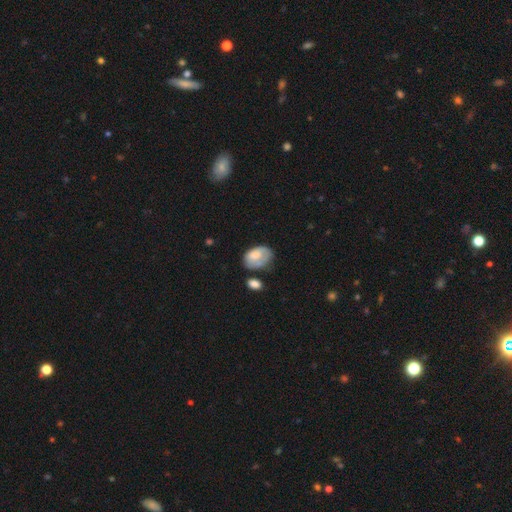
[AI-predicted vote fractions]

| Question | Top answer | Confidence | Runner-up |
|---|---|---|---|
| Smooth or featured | smooth | 68% | featured or disk (25%) |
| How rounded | in between | 86% | round (13%) |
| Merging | none | 40% | minor disturbance (32%) |